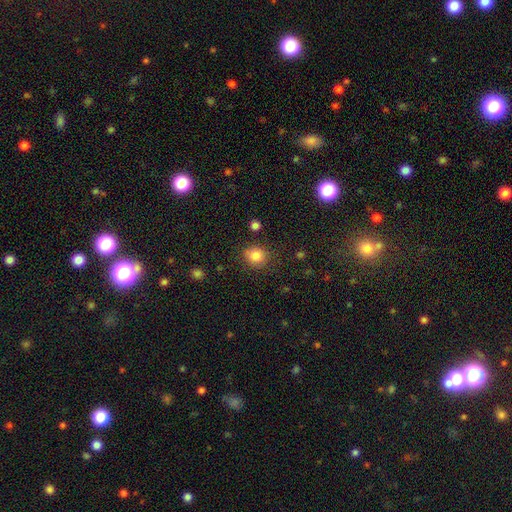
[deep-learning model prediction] smooth 84%, star or artifact 11%, featured or disk 5%. Down the decision tree: how rounded — round (76%); merging — none (81%).